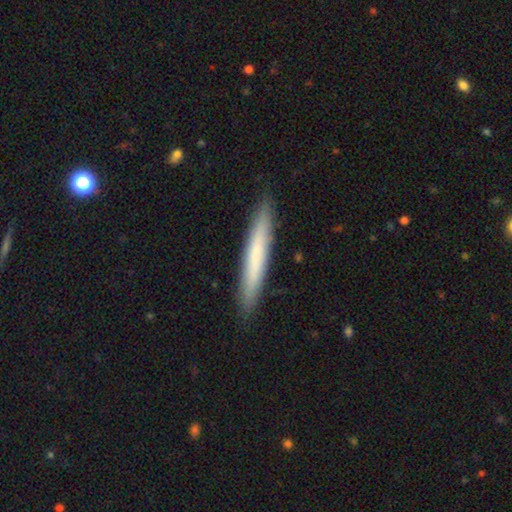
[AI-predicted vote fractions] smooth 66%, featured or disk 28%, star or artifact 6%. Down the decision tree: how rounded — cigar-shaped (95%); merging — none (90%).